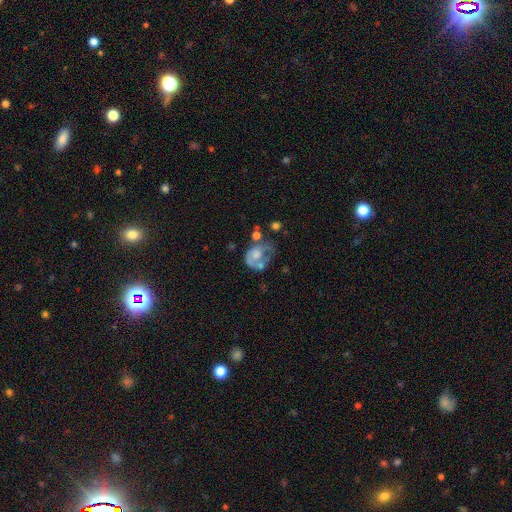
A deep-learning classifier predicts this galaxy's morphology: This appears to be a featured or disk galaxy (52%) with no bar (88%), no spiral arms (70%) and a moderate central bulge (34%). Merging: major disturbance (36%).